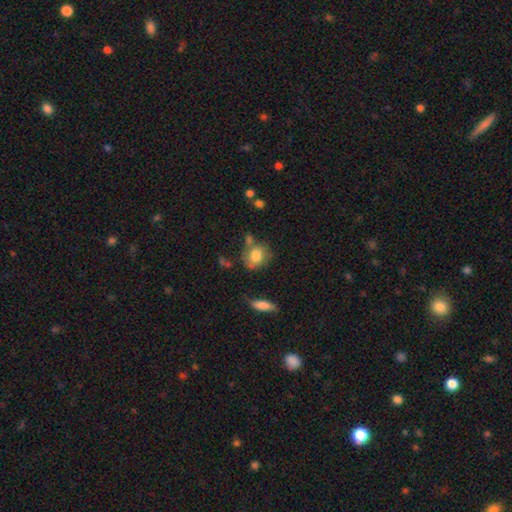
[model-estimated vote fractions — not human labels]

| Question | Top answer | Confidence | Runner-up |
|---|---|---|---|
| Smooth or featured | smooth | 78% | featured or disk (14%) |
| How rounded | round | 54% | in between (45%) |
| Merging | none | 56% | minor disturbance (23%) |